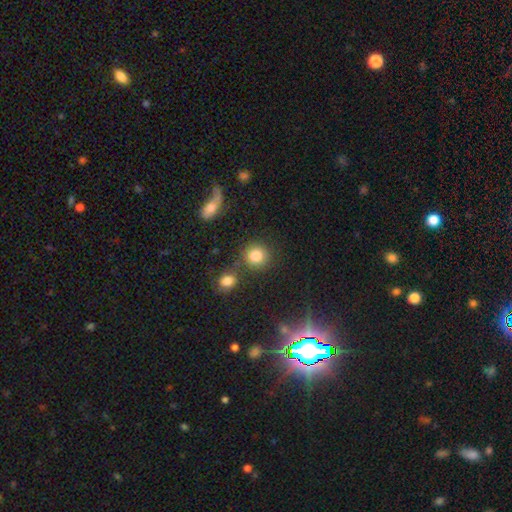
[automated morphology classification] smooth-or-featured: smooth: 82% | star or artifact: 11% | featured or disk: 7%
  how-rounded: round: 87% | in between: 12% | cigar-shaped: 1%
  merging: none: 74% | merger: 12% | minor disturbance: 10% | major disturbance: 4%